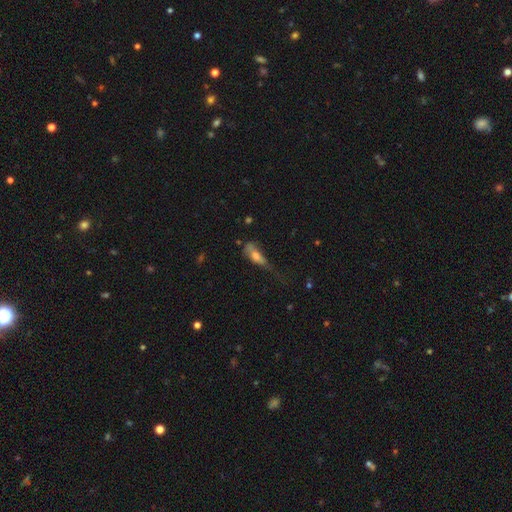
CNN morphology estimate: type=smooth (60%); roundness=in between (57%); merging=major disturbance (42%).